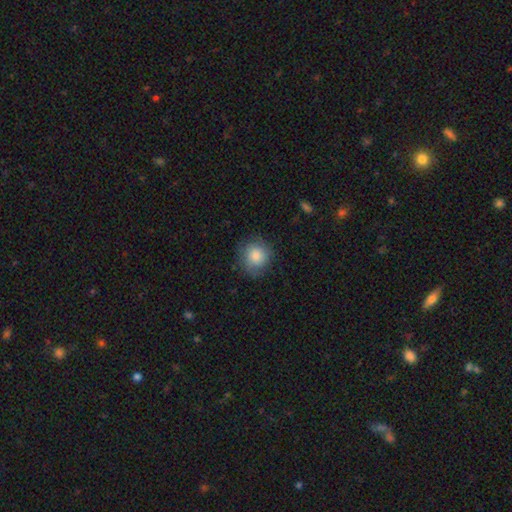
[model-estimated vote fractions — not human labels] The model was most divided on "merging": none: 80%, minor disturbance: 15%, major disturbance: 4%, merger: 1%. More confident: how rounded — round (88%); smooth or featured — smooth (82%).